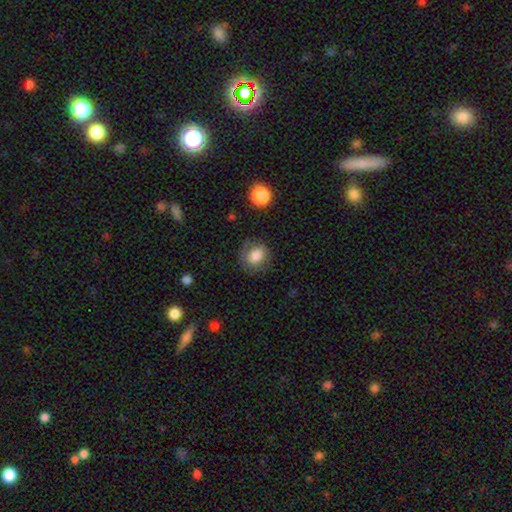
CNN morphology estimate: A smooth galaxy with no disk features (81%) that is round (59%). Merging: none (74%).